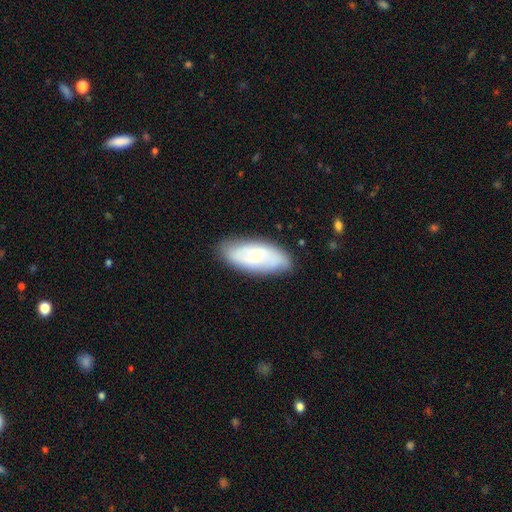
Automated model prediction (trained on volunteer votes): The model was most divided on "smooth or featured": featured or disk: 50%, smooth: 43%, star or artifact: 7%. More confident: edge-on disk — no (89%); merging — none (79%).